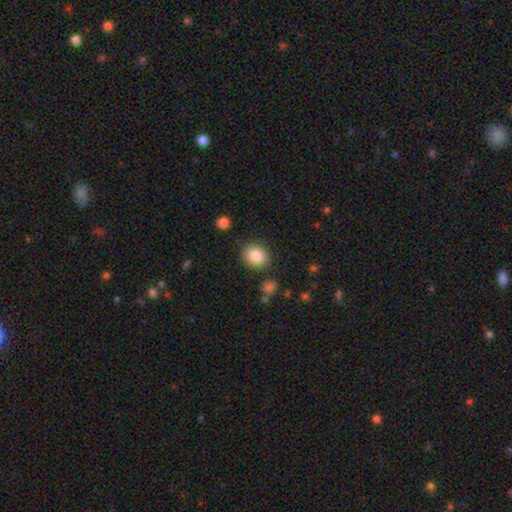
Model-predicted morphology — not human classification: Smooth or featured?
  - smooth: 86% *
  - star or artifact: 8%
  - featured or disk: 5%
How rounded?
  - round: 60% *
  - in between: 39%
  - cigar-shaped: 1%
Merging?
  - none: 85% *
  - minor disturbance: 10%
  - major disturbance: 3%
  - merger: 3%